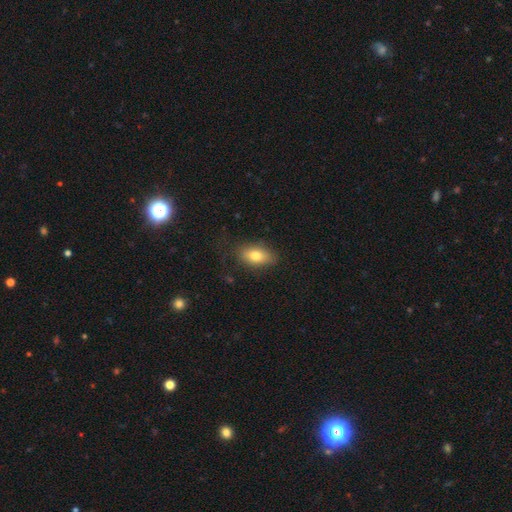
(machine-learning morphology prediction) Smooth or featured? Predicted: smooth (p=0.78). How rounded? Predicted: in between (p=0.87). Merging? Predicted: none (p=0.76).